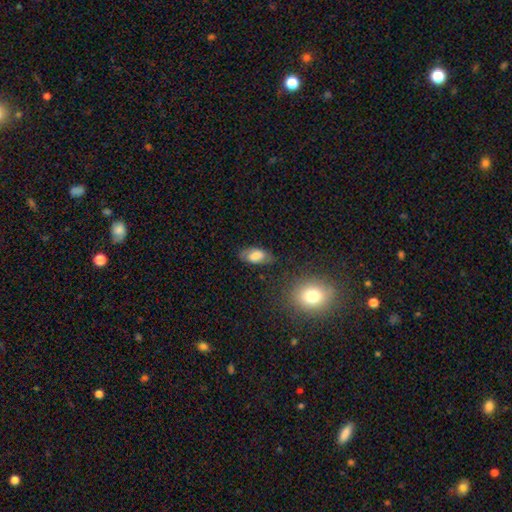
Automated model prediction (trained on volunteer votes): A smooth galaxy with no disk features (72%) that is in between round and cigar-shaped (91%).

Vote fractions:
- Smooth or featured? smooth: 72% / featured or disk: 19% / star or artifact: 9%
- How rounded? in between: 91% / cigar-shaped: 5% / round: 4%
- Merging? none: 70% / minor disturbance: 21% / major disturbance: 6% / merger: 3%